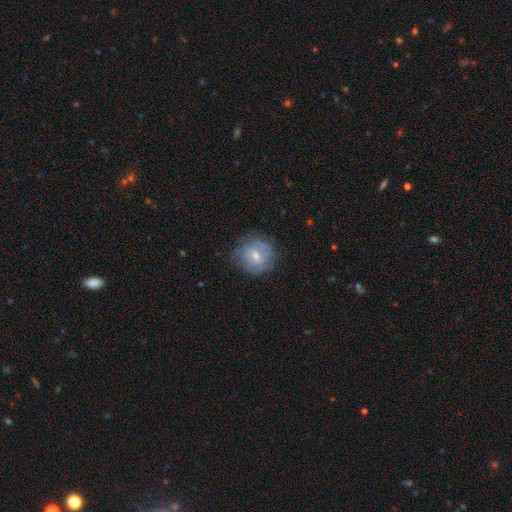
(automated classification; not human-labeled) This appears to be a smooth galaxy with no disk features (48%). Merging: none (67%).